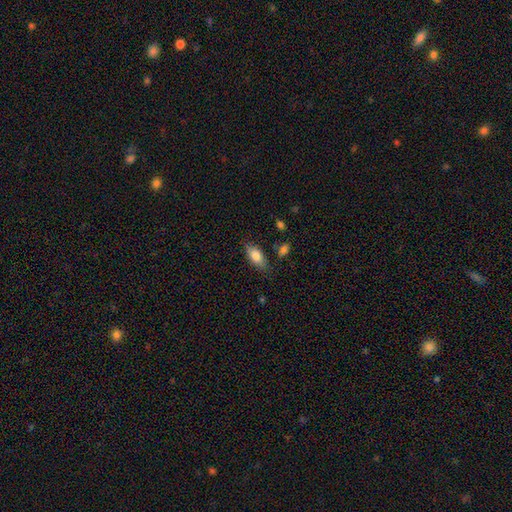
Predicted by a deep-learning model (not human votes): A smooth galaxy with no disk features (80%) that is in between round and cigar-shaped (86%). Merging: none (76%).